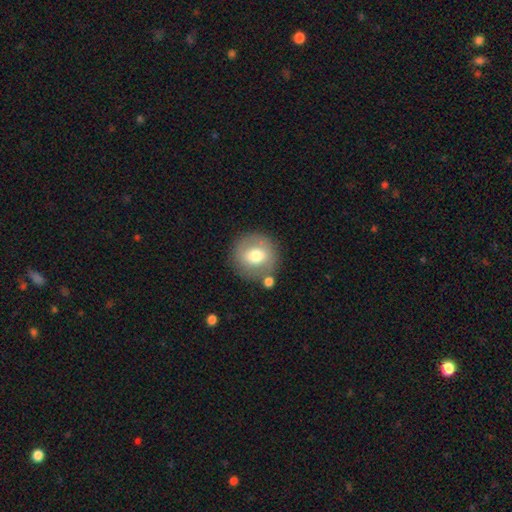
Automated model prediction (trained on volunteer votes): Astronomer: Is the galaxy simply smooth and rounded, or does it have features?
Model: smooth — 67%.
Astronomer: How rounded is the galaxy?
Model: round — 91%.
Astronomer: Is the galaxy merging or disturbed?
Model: none — 76%.